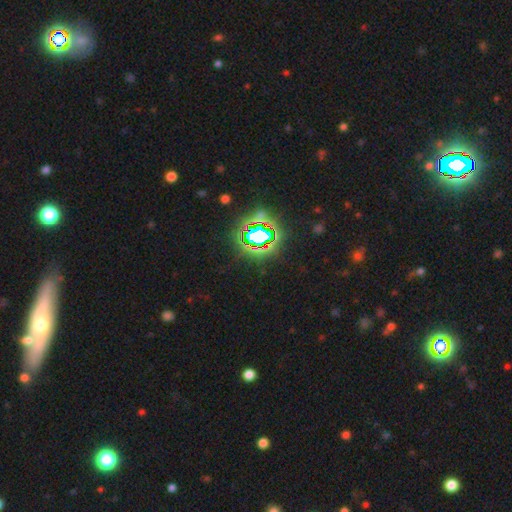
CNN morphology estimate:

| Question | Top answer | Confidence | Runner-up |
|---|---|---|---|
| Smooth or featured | star or artifact | 69% | smooth (17%) |